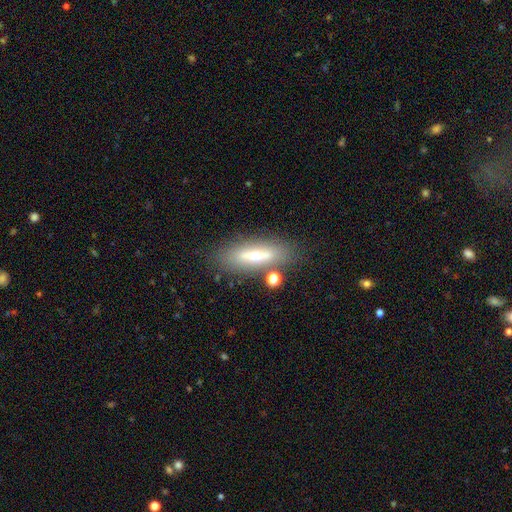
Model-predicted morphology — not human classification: Overall: featured or disk (48%; smooth 42%). Merging: none (77%).